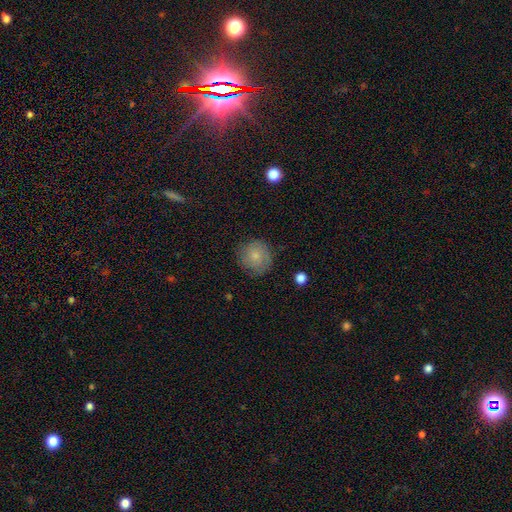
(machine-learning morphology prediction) Smooth or featured: smooth — 75% (featured or disk — 17%)
How rounded: round — 91% (in between — 8%)
Merging: none — 78% (minor disturbance — 16%)